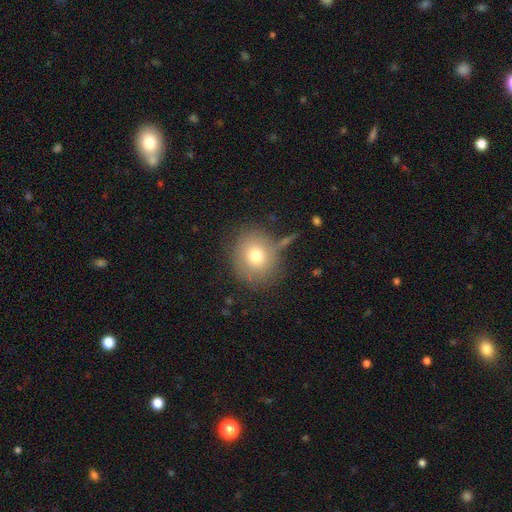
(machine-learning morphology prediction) The model was most divided on "smooth or featured": smooth: 75%, featured or disk: 14%, star or artifact: 11%. More confident: how rounded — round (82%); merging — none (77%).